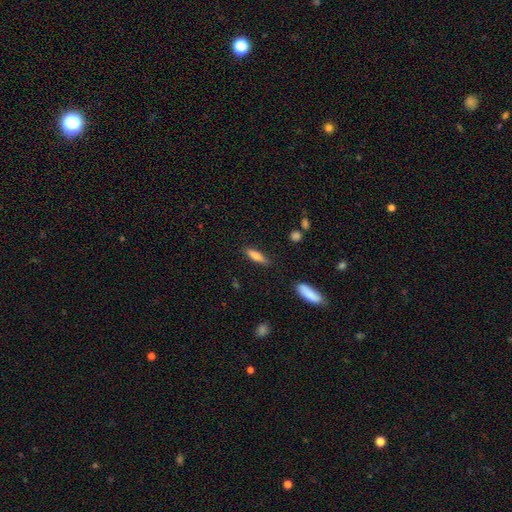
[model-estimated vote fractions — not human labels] Morphology: type=smooth (70%); roundness=cigar-shaped (64%); merging=none (85%).